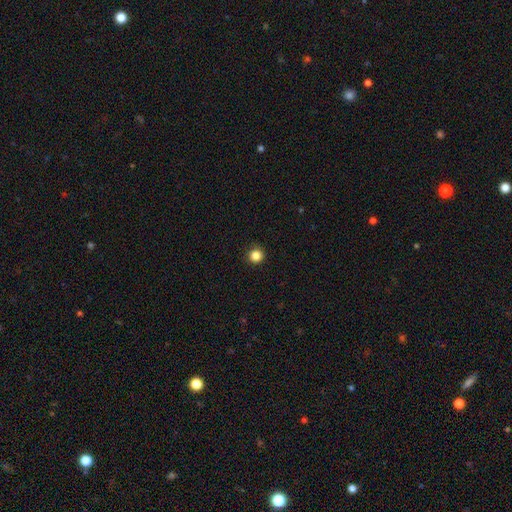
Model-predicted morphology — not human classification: Smooth or featured? smooth (85%)
How rounded? round (95%)
Merging? none (92%)